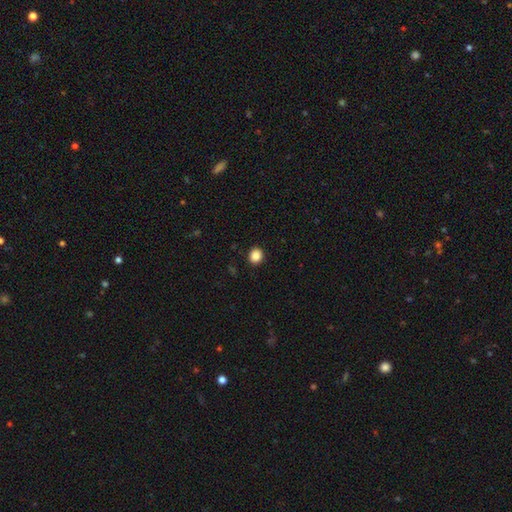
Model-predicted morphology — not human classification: smooth 87%, star or artifact 10%, featured or disk 3%. Down the decision tree: how rounded — round (84%); merging — none (92%).